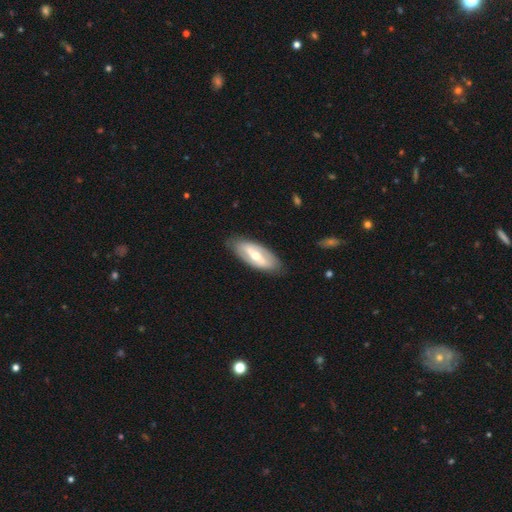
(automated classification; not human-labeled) Morphology: type=featured or disk (66%); edge-on=no (83%); bar=strong (54%); spiral arms=no (51%); bulge=moderate (66%); merging=none (83%).